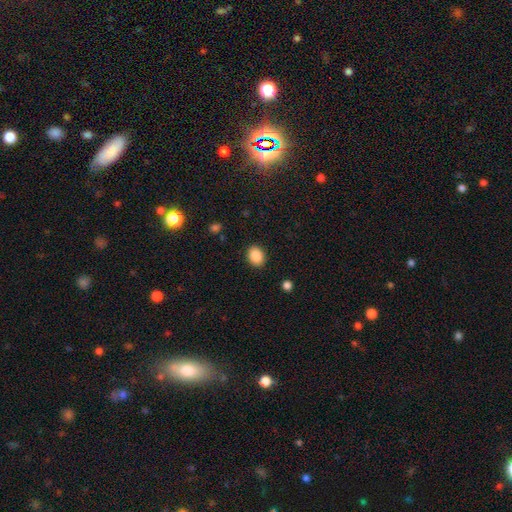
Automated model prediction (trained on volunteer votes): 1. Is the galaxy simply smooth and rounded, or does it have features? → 88% smooth, 8% star or artifact, 4% featured or disk.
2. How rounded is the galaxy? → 53% in between, 47% round, 1% cigar-shaped.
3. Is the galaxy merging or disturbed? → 89% none, 8% minor disturbance, 2% major disturbance, 1% merger.